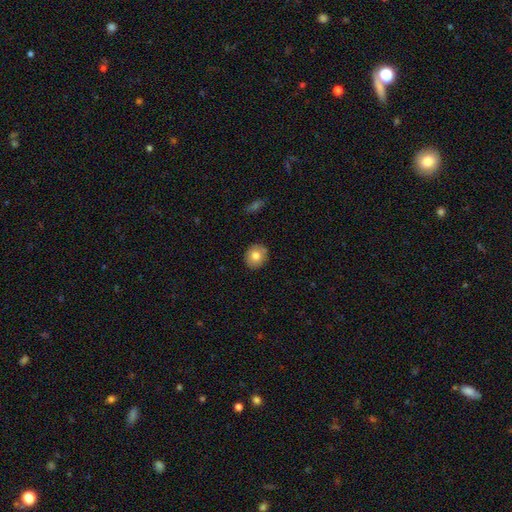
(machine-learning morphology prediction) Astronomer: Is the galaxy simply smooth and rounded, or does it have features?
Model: smooth — 79%.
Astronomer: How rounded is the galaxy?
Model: round — 77%.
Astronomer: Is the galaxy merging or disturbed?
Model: none — 87%.